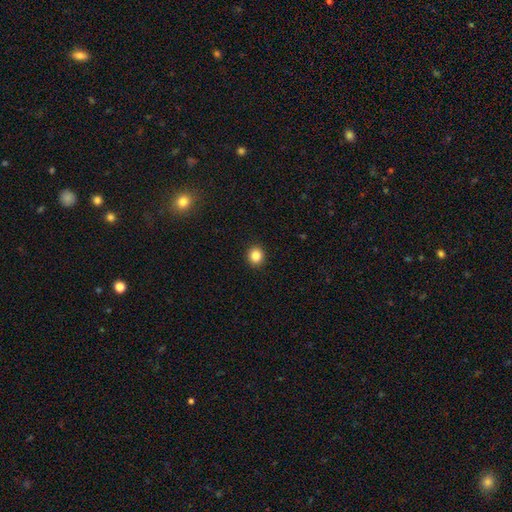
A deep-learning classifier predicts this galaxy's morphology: Smooth or featured? smooth (84%)
How rounded? round (88%)
Merging? none (93%)